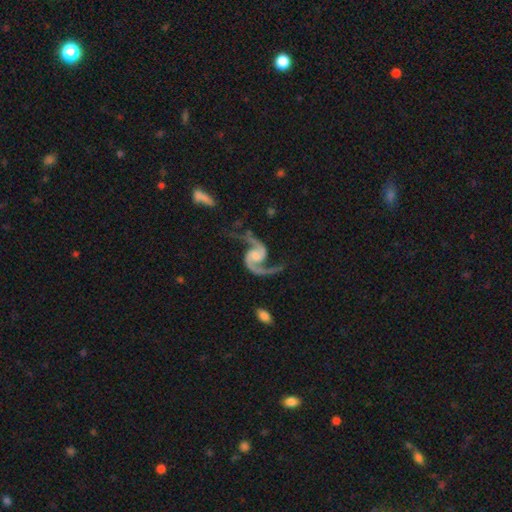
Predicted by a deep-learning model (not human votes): This appears to be a featured or disk galaxy (94%) with no bar (59%), 2 (94%) loose (54%) spiral arms (98%) and no central bulge (32%). Merging: none (69%).